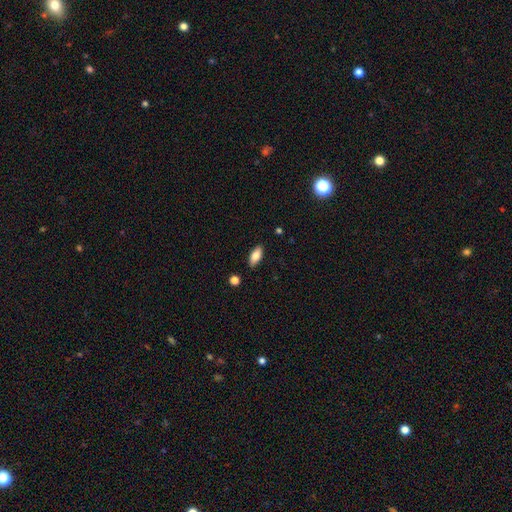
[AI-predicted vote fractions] Smooth or featured?
  - smooth: 79% *
  - featured or disk: 14%
  - star or artifact: 7%
How rounded?
  - in between: 85% *
  - cigar-shaped: 13%
  - round: 2%
Merging?
  - none: 87% *
  - minor disturbance: 10%
  - major disturbance: 2%
  - merger: 2%